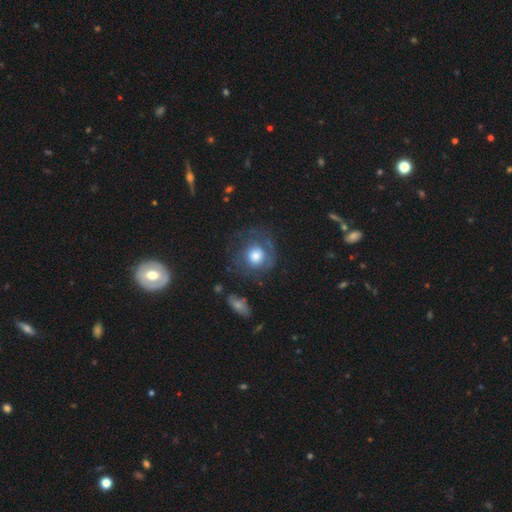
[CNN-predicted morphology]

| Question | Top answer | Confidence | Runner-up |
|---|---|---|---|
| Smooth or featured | smooth | 57% | featured or disk (35%) |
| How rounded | round | 86% | in between (13%) |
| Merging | none | 58% | major disturbance (20%) |